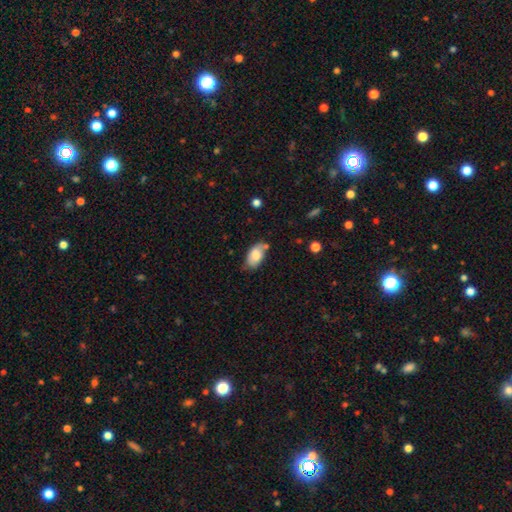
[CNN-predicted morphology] smooth 76%, featured or disk 17%, star or artifact 7%. Down the decision tree: how rounded — in between (94%); merging — none (59%).